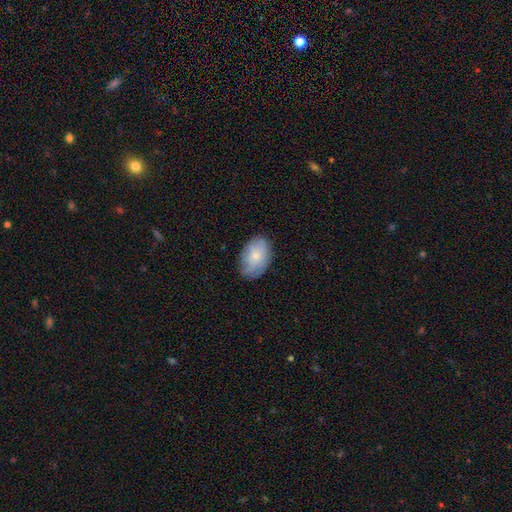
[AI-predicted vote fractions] Morphology: type=smooth (72%); roundness=in between (88%); merging=none (76%).